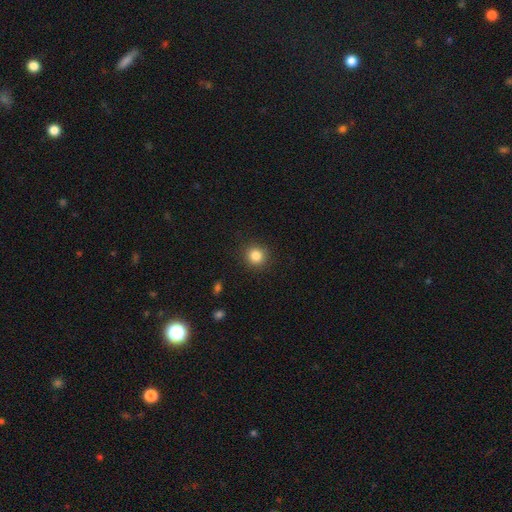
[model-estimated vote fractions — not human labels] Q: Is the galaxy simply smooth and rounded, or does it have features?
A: smooth — 84%.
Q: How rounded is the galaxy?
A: round — 93%.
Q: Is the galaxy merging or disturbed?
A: none — 91%.